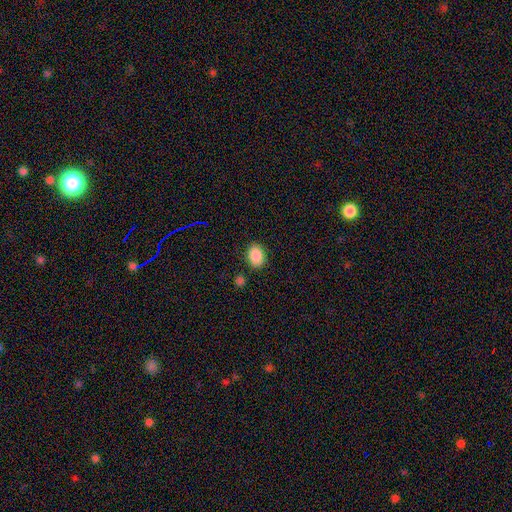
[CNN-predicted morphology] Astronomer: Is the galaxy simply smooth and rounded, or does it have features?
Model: smooth — 88%.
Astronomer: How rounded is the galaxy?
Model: in between — 74%.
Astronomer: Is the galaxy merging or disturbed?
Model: none — 84%.